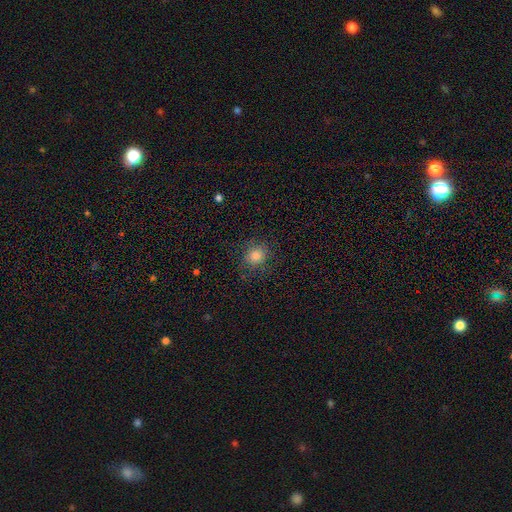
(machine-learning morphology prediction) smooth_or_featured: smooth (p=0.80) [alt: star or artifact p=0.13]
how_rounded: round (p=0.80) [alt: in between p=0.19]
merging: none (p=0.82) [alt: minor disturbance p=0.12]